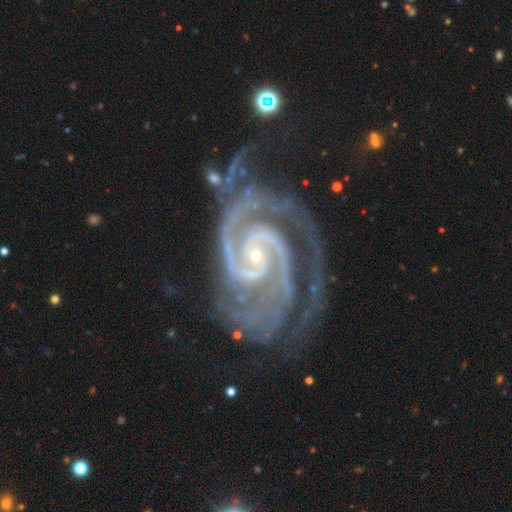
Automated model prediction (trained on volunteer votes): Smooth or featured? Predicted: featured or disk (p=0.94). Edge-on disk? Predicted: no (p=0.98). Bar? Predicted: no (p=0.49). Spiral arms? Predicted: yes (p=0.99). Spiral winding? Predicted: tight (p=0.63). Spiral arm count? Predicted: 2 (p=0.75). Bulge size? Predicted: small (p=0.82). Merging? Predicted: none (p=0.53).